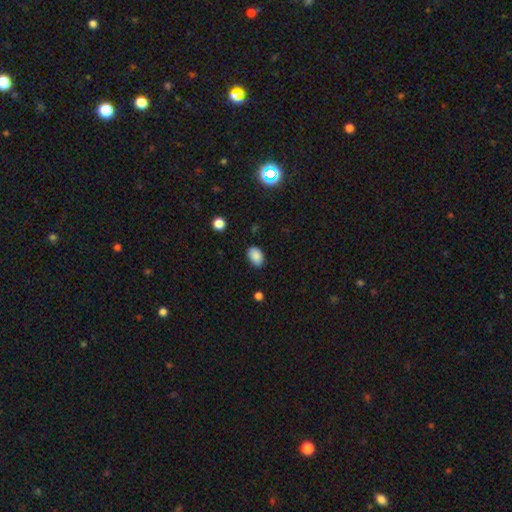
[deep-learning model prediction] Overall: smooth (87%). How rounded: in between (86%). Merging: none (83%).